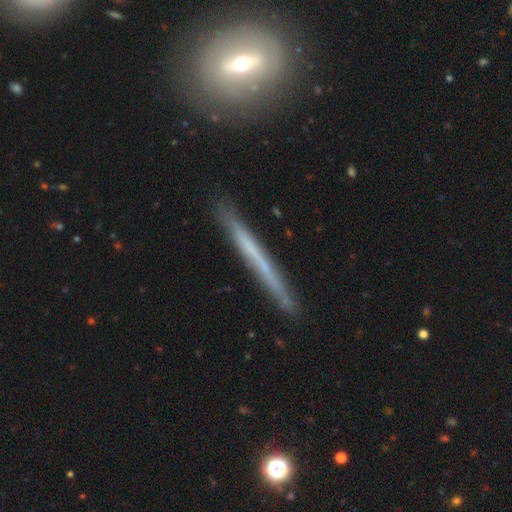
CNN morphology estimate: A featured or disk galaxy (53%) viewed edge-on (95%) with no central bulge (91%).

Vote fractions:
- Smooth or featured? featured or disk: 53% / smooth: 40% / star or artifact: 6%
- Edge-on disk? yes: 95% / no: 5%
- Edge-on bulge? none: 91% / rounded: 6% / boxy: 3%
- Merging? none: 88% / minor disturbance: 9% / major disturbance: 2% / merger: 2%